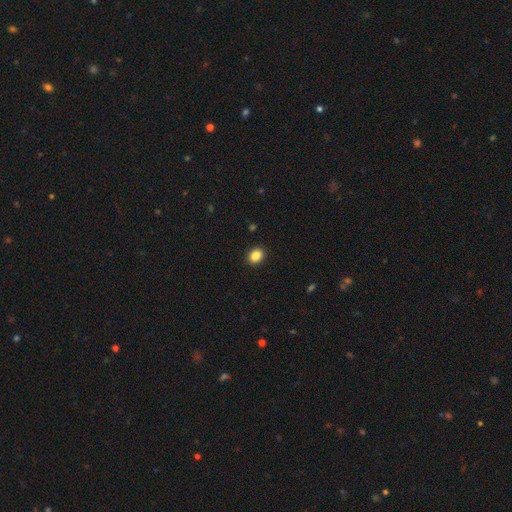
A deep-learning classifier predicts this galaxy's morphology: The model was most divided on "how rounded": round: 61%, in between: 38%, cigar-shaped: 1%. More confident: merging — none (92%); smooth or featured — smooth (86%).